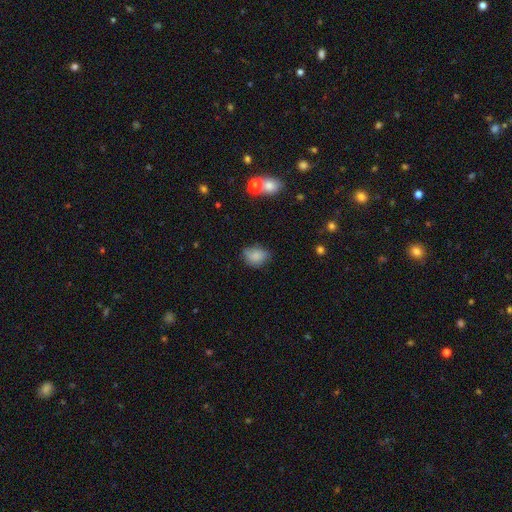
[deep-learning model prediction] Morphology: type=smooth (83%); roundness=in between (64%); merging=none (63%).